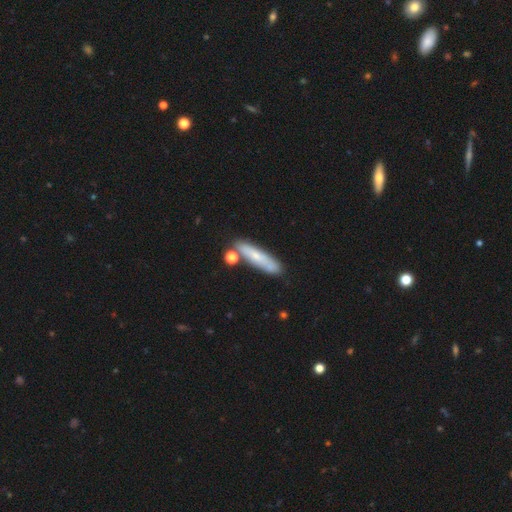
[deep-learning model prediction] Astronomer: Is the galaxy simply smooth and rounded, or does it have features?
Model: smooth — 60%.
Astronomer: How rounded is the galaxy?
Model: cigar-shaped — 82%.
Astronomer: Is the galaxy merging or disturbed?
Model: none — 73%.